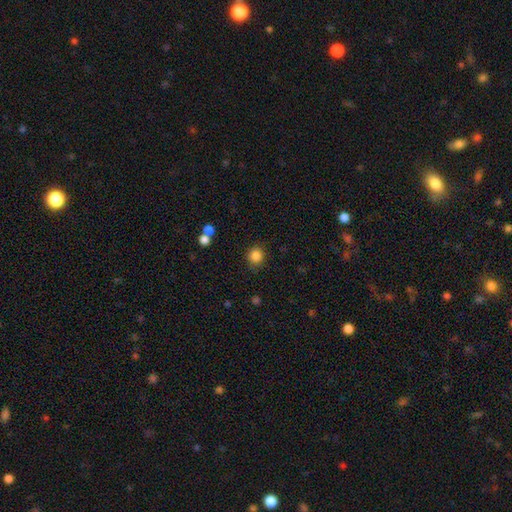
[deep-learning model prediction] Overall: smooth (85%). How rounded: round (85%). Merging: none (85%).